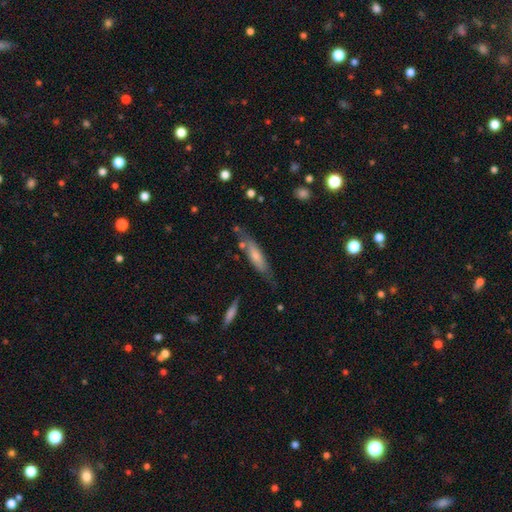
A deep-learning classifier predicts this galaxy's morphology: This appears to be a smooth galaxy with no disk features (57%) that is cigar-shaped (75%). Merging: none (65%).